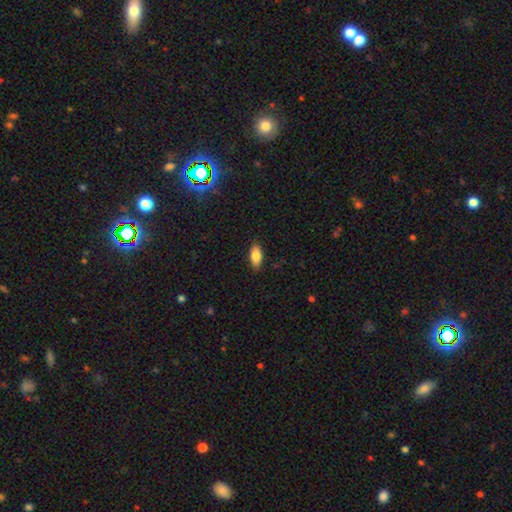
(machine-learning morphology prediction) A smooth galaxy with no disk features (83%) that is in between round and cigar-shaped (86%). Merging: none (87%).